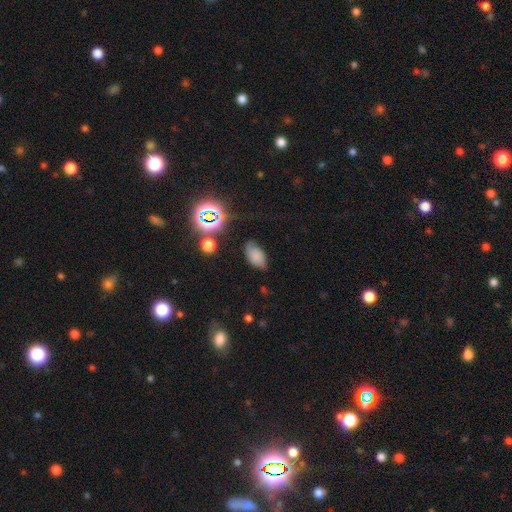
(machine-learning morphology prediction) This appears to be a smooth galaxy with no disk features (68%) that is in between round and cigar-shaped (91%). Merging: none (66%).